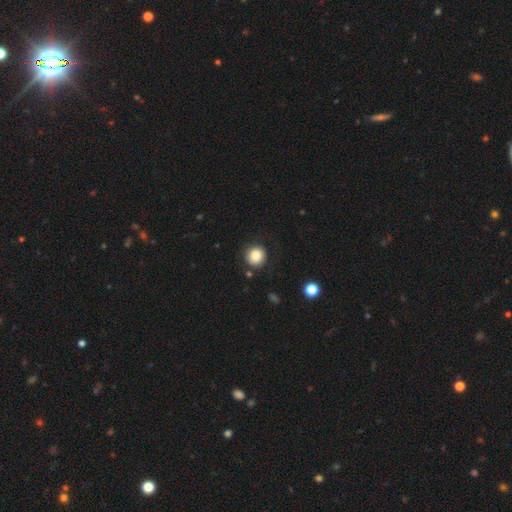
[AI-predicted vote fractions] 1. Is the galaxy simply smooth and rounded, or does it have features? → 85% smooth, 10% star or artifact, 6% featured or disk.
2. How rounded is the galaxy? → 90% round, 9% in between, 1% cigar-shaped.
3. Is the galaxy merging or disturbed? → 84% none, 10% minor disturbance, 4% major disturbance, 2% merger.